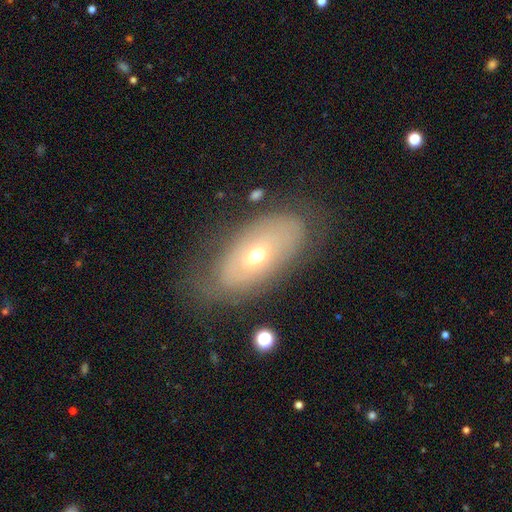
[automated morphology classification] featured or disk 52%, smooth 40%, star or artifact 9%. Down the decision tree: edge-on disk — no (85%); merging — none (70%).